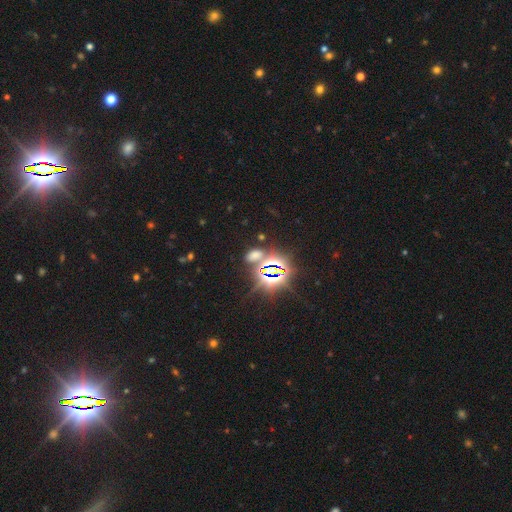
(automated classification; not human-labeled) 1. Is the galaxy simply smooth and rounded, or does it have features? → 65% star or artifact, 26% smooth, 9% featured or disk.